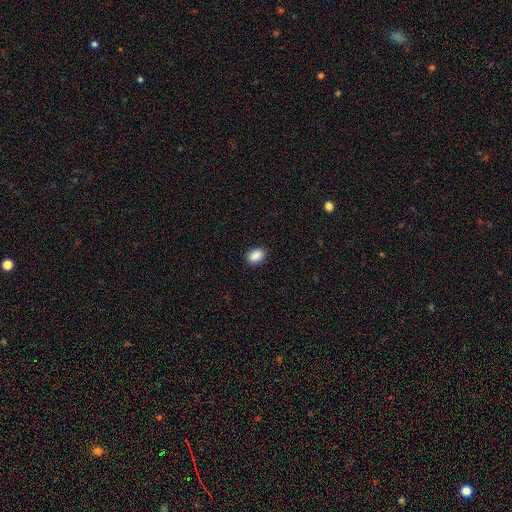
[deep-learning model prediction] Q: Smooth or featured?
A: smooth (90%); runner-up: star or artifact (8%)
Q: How rounded?
A: in between (78%); runner-up: round (21%)
Q: Merging?
A: none (89%); runner-up: minor disturbance (8%)